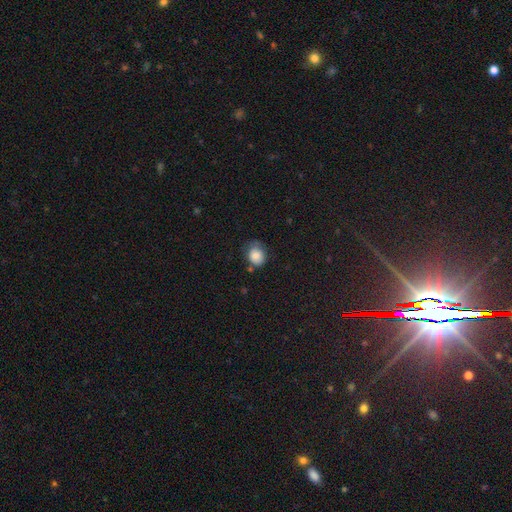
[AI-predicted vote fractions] Morphology: type=smooth (80%); roundness=round (61%); merging=none (56%).